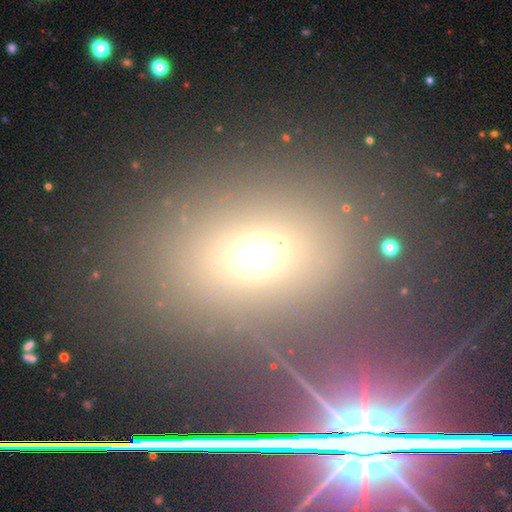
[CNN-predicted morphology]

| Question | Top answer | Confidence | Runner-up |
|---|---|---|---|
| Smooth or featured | smooth | 65% | star or artifact (24%) |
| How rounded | in between | 54% | round (43%) |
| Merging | none | 69% | merger (13%) |